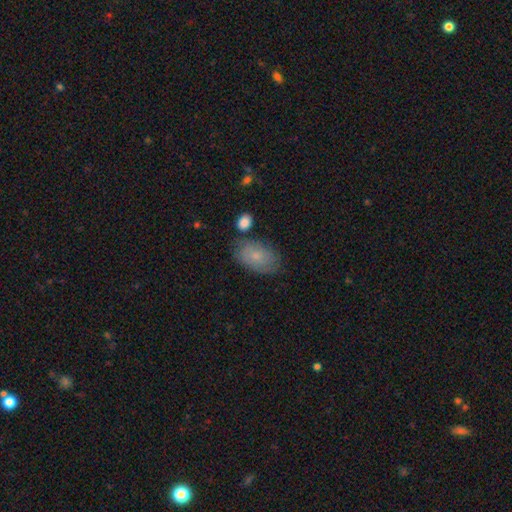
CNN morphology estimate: type=smooth (72%); roundness=in between (91%); merging=none (69%).